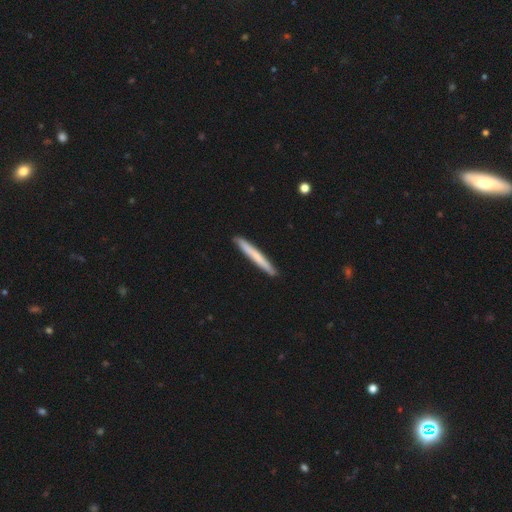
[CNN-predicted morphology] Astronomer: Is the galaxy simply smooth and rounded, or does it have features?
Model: smooth — 65%.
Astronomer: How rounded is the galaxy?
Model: cigar-shaped — 97%.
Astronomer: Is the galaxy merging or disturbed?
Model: none — 91%.